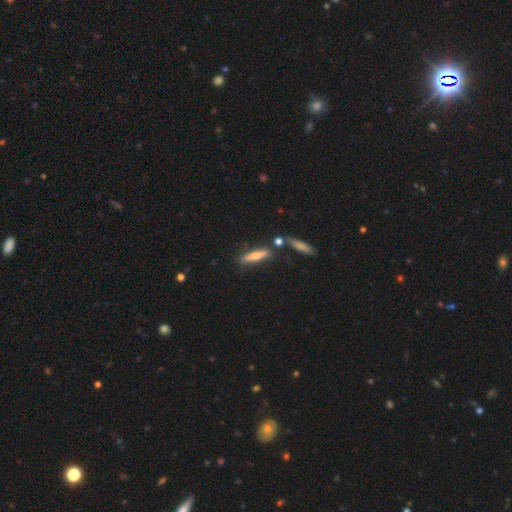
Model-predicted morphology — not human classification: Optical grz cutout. It shows a smooth galaxy with no disk features (64%) that is cigar-shaped (83%). Merging: none (76%).